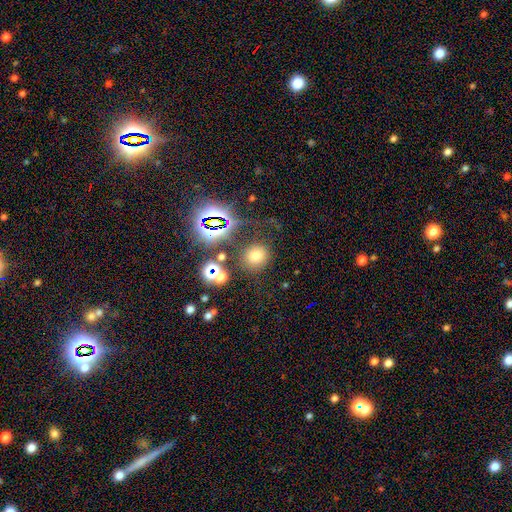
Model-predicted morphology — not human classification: type=smooth (65%); roundness=round (83%); merging=none (77%).